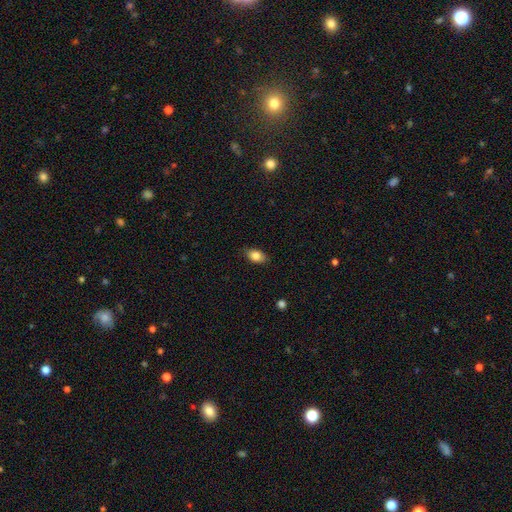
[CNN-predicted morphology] Smooth or featured: smooth — 83% (featured or disk — 9%)
How rounded: in between — 88% (round — 9%)
Merging: none — 85% (minor disturbance — 12%)